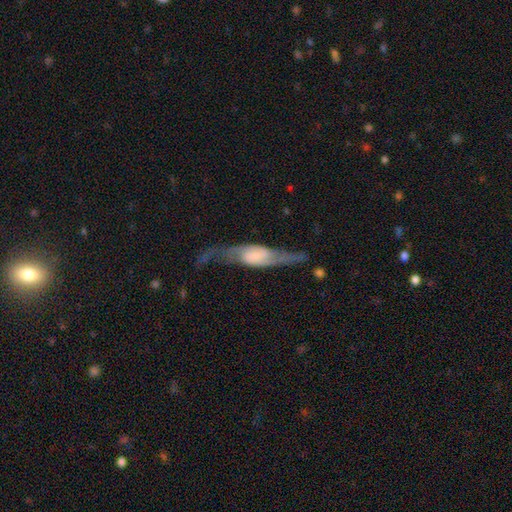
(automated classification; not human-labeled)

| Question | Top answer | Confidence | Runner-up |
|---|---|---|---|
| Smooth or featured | featured or disk | 76% | smooth (18%) |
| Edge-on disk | no | 69% | yes (31%) |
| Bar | no | 48% | weak (34%) |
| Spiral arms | yes | 90% | no (10%) |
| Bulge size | none | 30% | small (27%) |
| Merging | none | 56% | minor disturbance (21%) |